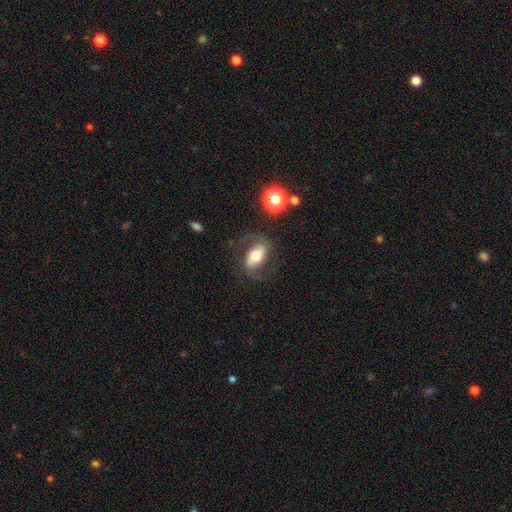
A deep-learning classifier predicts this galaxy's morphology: smooth-or-featured: featured or disk: 46% | smooth: 45% | star or artifact: 9%
  merging: none: 68% | minor disturbance: 17% | major disturbance: 13% | merger: 2%